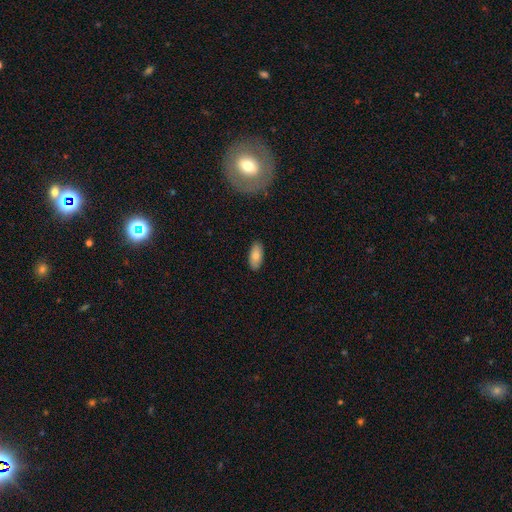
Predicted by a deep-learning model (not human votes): A smooth galaxy with no disk features (83%) that is in between round and cigar-shaped (89%). Merging: none (88%).